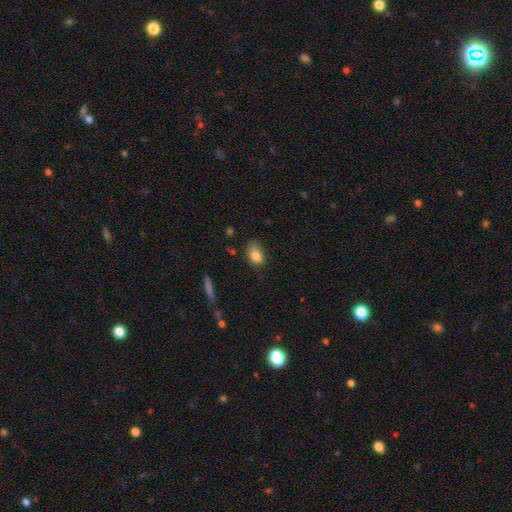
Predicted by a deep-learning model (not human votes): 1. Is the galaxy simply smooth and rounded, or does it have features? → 83% smooth, 9% star or artifact, 8% featured or disk.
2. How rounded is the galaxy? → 82% in between, 16% round, 2% cigar-shaped.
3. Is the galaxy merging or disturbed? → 64% none, 27% minor disturbance, 7% major disturbance, 2% merger.